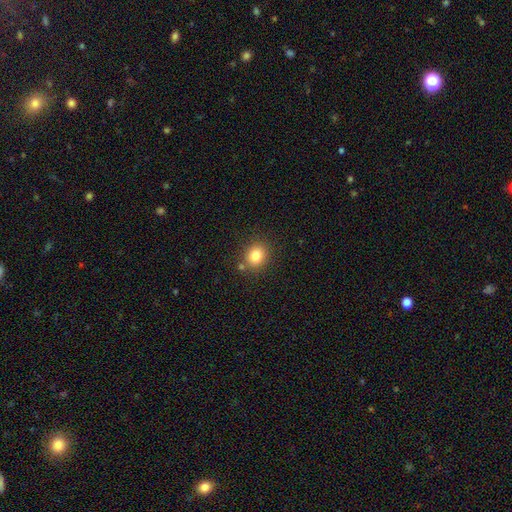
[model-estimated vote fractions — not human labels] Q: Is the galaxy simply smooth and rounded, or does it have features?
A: smooth — 81%.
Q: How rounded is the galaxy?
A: round — 72%.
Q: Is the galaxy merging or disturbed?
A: none — 80%.